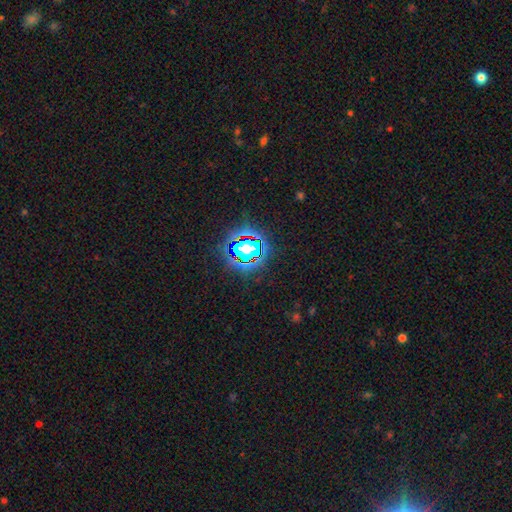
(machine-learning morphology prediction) Smooth or featured?
  - star or artifact: 82% *
  - smooth: 11%
  - featured or disk: 7%